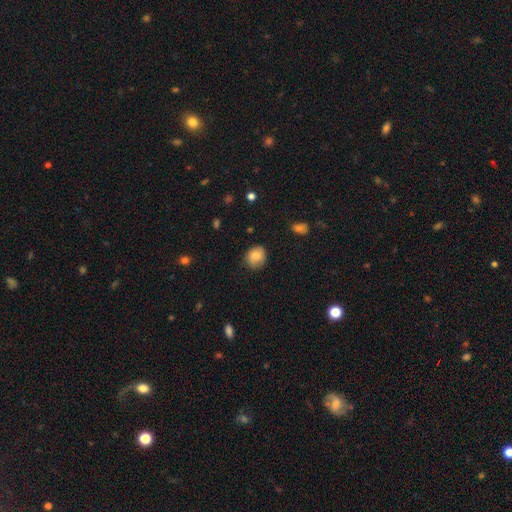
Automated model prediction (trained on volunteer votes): Morphology: type=smooth (78%); roundness=round (70%); merging=none (76%).